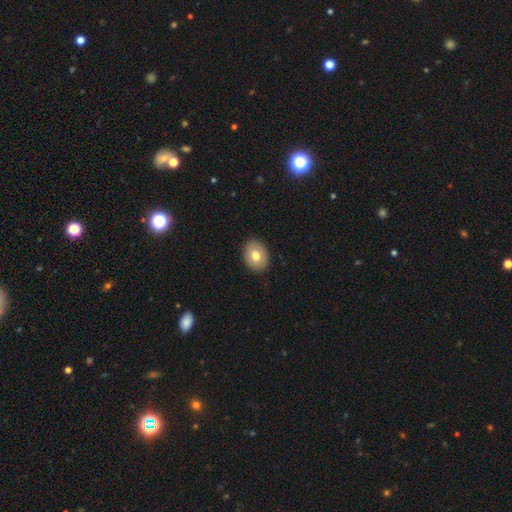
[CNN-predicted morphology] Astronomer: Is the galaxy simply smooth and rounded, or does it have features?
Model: smooth — 76%.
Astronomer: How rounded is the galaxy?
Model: in between — 59% (runner-up: round, 41%).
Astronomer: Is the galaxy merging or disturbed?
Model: none — 90%.